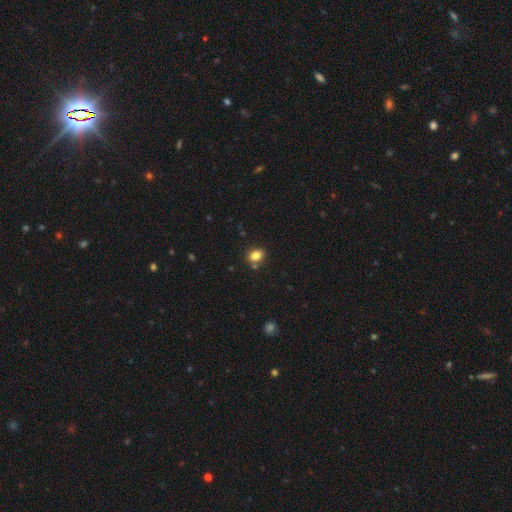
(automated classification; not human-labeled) This appears to be a smooth galaxy with no disk features (83%) that is in between round and cigar-shaped (65%). Merging: none (77%).